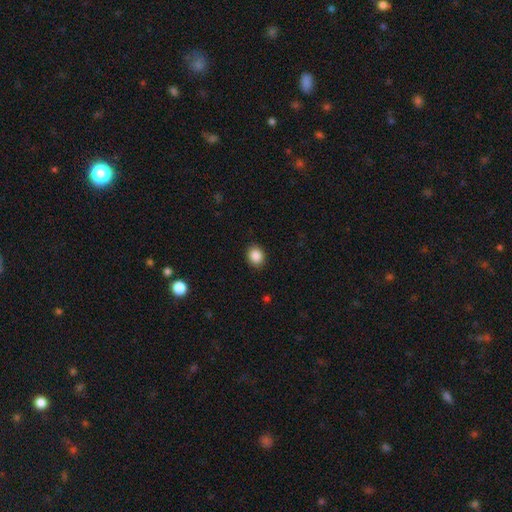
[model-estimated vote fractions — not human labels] smooth_or_featured: smooth (p=0.87) [alt: star or artifact p=0.09]
how_rounded: round (p=0.62) [alt: in between p=0.37]
merging: none (p=0.90) [alt: minor disturbance p=0.07]